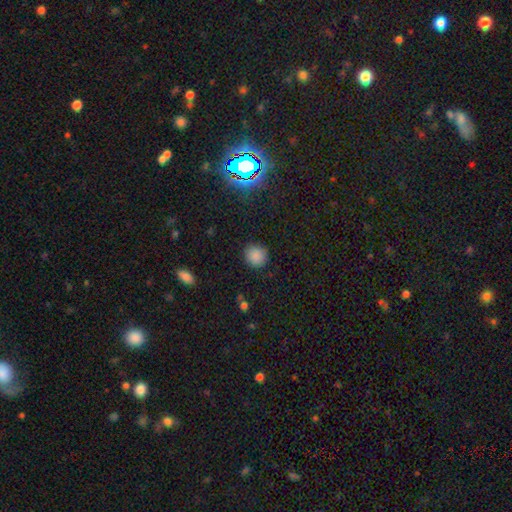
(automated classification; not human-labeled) Smooth or featured? Predicted: smooth (p=0.85). How rounded? Predicted: round (p=0.88). Merging? Predicted: none (p=0.87).